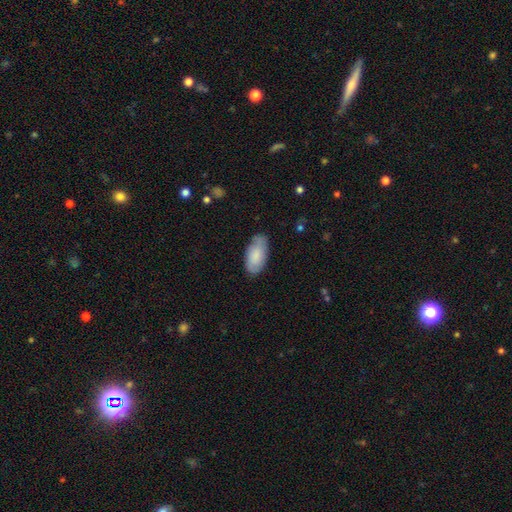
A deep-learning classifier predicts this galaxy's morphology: This is likely a smooth galaxy (78%). How rounded: clearly in between (94%). Merging: likely none (76%).